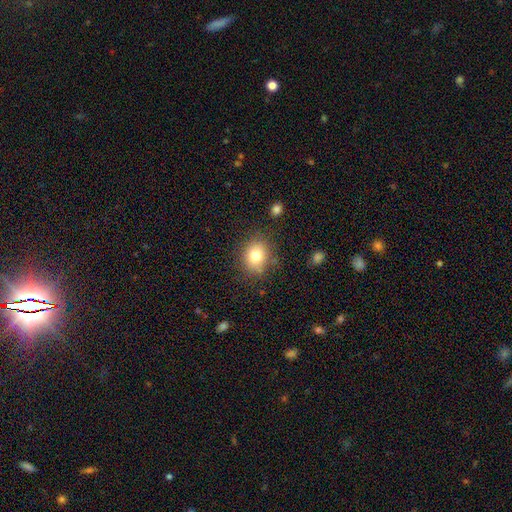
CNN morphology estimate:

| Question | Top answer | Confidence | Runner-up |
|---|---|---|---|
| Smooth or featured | smooth | 80% | star or artifact (11%) |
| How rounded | round | 63% | in between (36%) |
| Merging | none | 81% | minor disturbance (12%) |